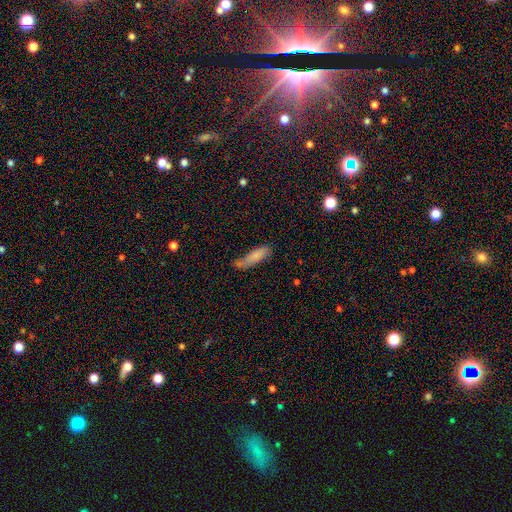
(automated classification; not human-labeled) smooth-or-featured: smooth: 80% | featured or disk: 13% | star or artifact: 7%
  how-rounded: cigar-shaped: 58% | in between: 40% | round: 2%
  merging: none: 50% | minor disturbance: 29% | merger: 12% | major disturbance: 9%